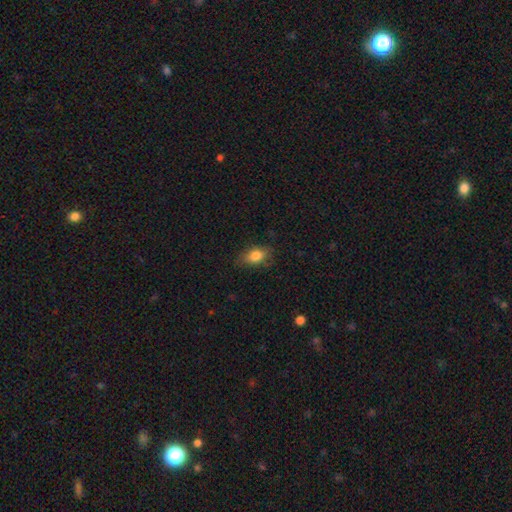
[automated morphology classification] Smooth or featured? smooth (82%)
How rounded? in between (82%)
Merging? none (75%)